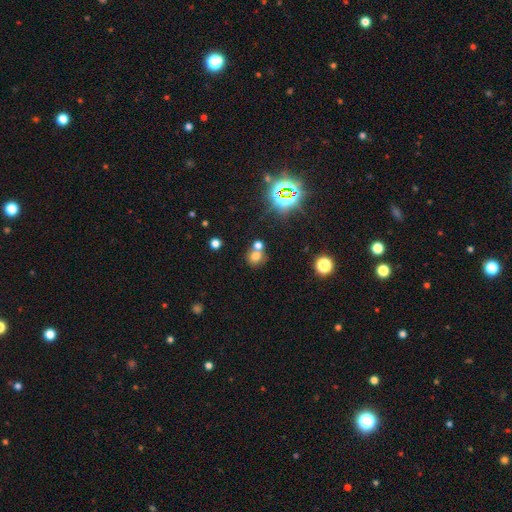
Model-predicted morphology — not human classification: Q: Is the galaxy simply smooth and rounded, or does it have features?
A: smooth — 66%.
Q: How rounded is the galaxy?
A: round — 78%.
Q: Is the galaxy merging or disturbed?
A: none — 47%.